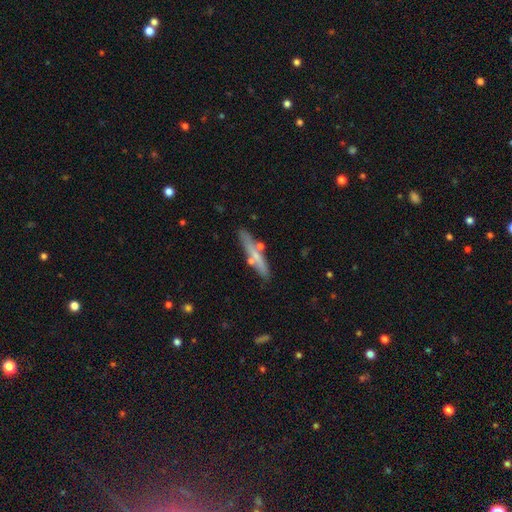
Smooth or featured: smooth — 49% (featured or disk — 46%)
How rounded: cigar-shaped — 95% (in between — 5%)
Merging: none — 86% (merger — 11%)